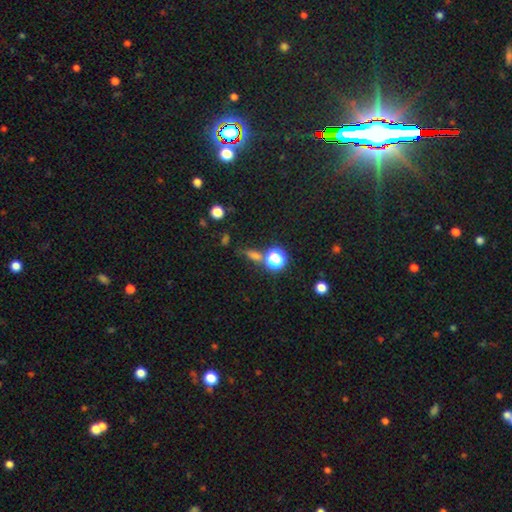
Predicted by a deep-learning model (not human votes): This is possibly a smooth galaxy (50%). How rounded: marginally round (43%). Merging: likely none (67%).